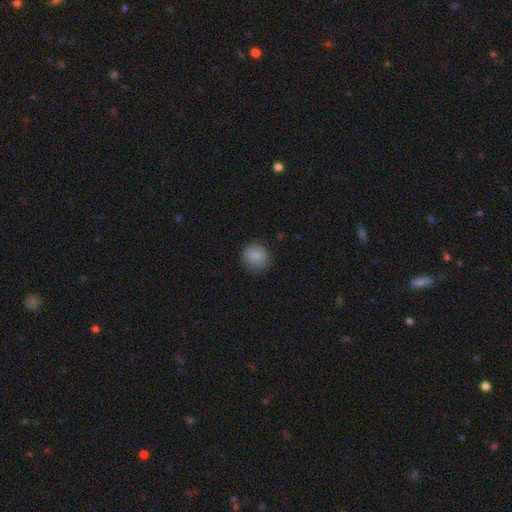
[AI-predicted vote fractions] Smooth or featured? smooth (86%)
How rounded? round (88%)
Merging? none (85%)